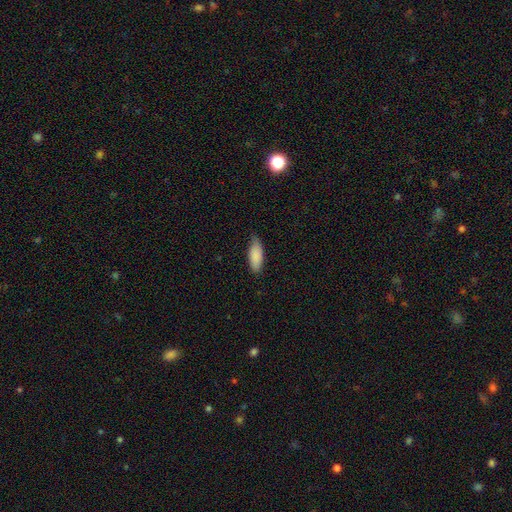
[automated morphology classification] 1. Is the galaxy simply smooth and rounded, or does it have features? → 87% smooth, 7% featured or disk, 6% star or artifact.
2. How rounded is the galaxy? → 78% in between, 21% cigar-shaped, 2% round.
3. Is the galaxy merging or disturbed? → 70% none, 26% minor disturbance, 4% major disturbance, 1% merger.